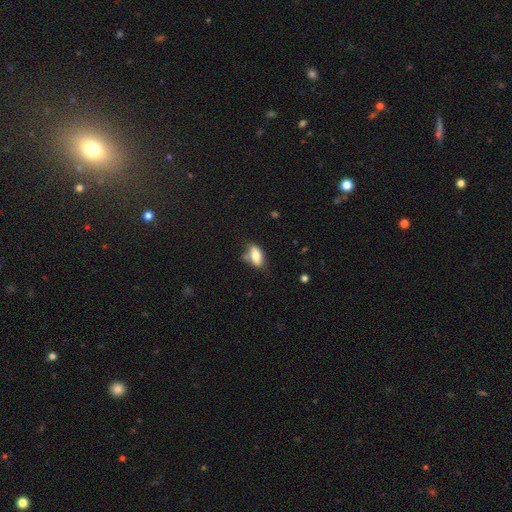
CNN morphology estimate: smooth 76%, featured or disk 16%, star or artifact 8%. Down the decision tree: how rounded — in between (88%); merging — none (58%).